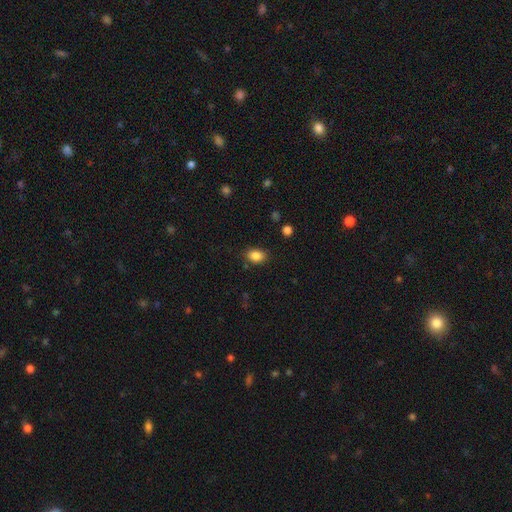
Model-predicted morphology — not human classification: Overall: smooth (87%). How rounded: in between (77%). Merging: none (83%).